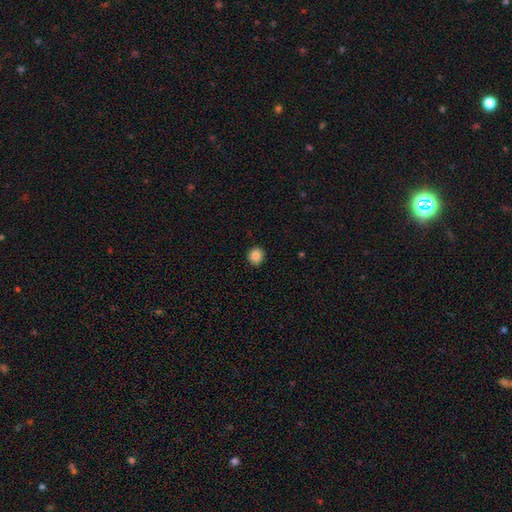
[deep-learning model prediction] A smooth galaxy with no disk features (85%) that is round (88%). Merging: none (91%).